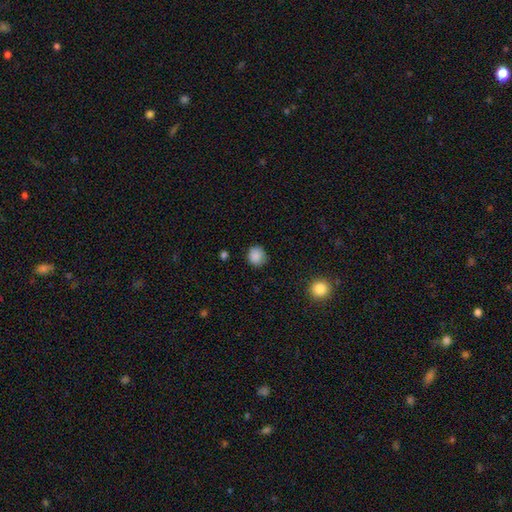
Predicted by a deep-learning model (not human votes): Smooth or featured? smooth (87%)
How rounded? round (87%)
Merging? none (82%)